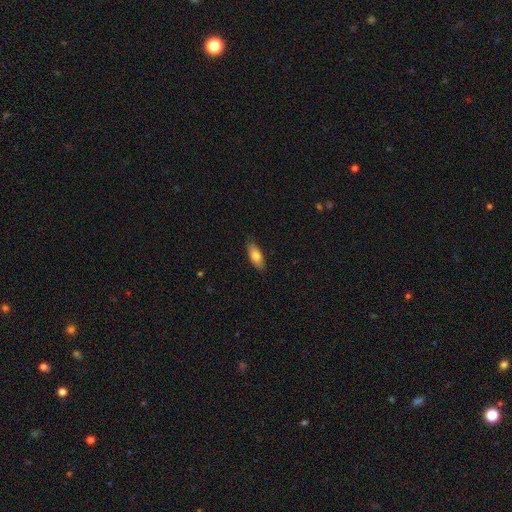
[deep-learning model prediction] The model was most divided on "smooth or featured": smooth: 77%, featured or disk: 17%, star or artifact: 6%. More confident: merging — none (85%); how rounded — in between (79%).